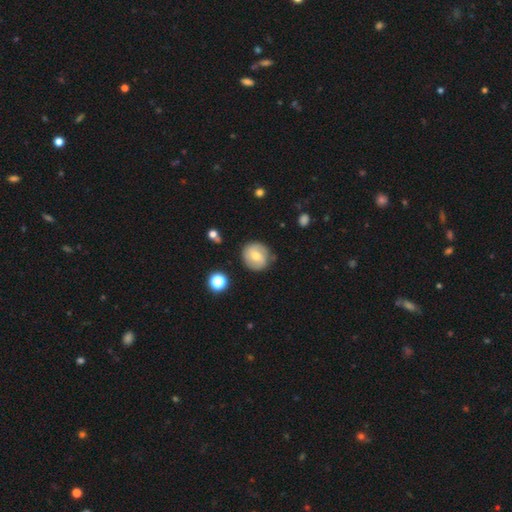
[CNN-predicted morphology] Smooth or featured: smooth — 52% (featured or disk — 40%)
How rounded: round — 85% (in between — 13%)
Merging: none — 77% (minor disturbance — 16%)